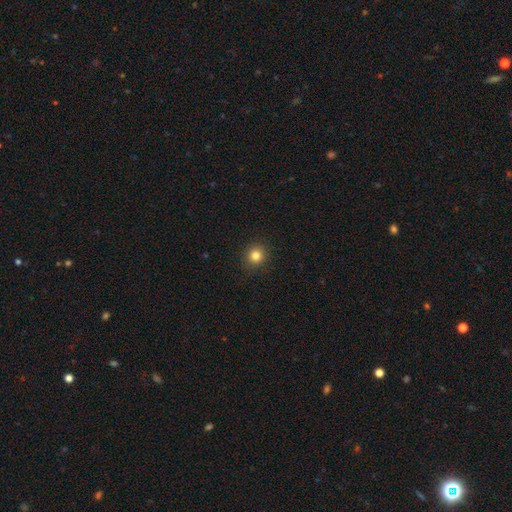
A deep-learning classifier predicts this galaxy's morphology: smooth 82%, star or artifact 13%, featured or disk 5%. Down the decision tree: how rounded — round (90%); merging — none (92%).